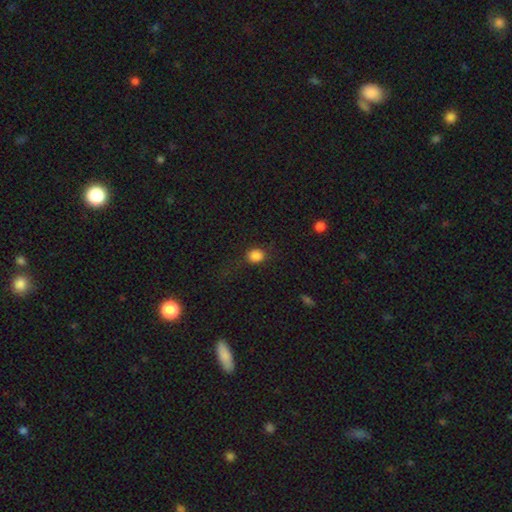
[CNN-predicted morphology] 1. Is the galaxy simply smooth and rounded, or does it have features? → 84% smooth, 11% star or artifact, 5% featured or disk.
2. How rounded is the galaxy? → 68% round, 31% in between, 1% cigar-shaped.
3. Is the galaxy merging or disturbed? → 76% none, 15% minor disturbance, 8% major disturbance, 2% merger.